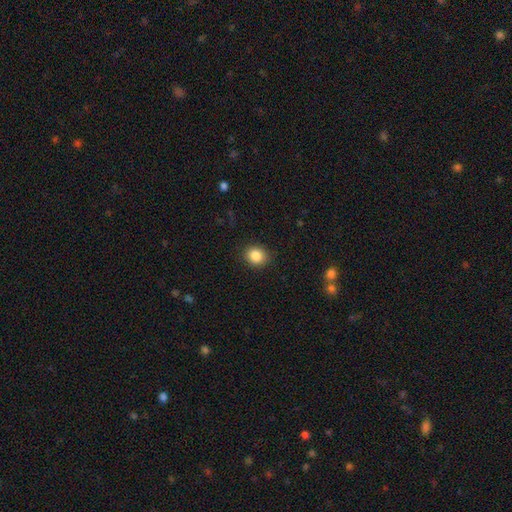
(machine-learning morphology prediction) Overall: smooth (86%). How rounded: round (71%). Merging: none (89%).